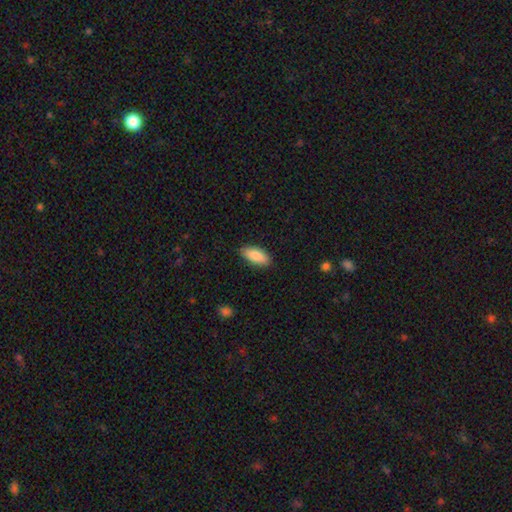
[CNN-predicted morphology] Q: Smooth or featured?
A: smooth (86%); runner-up: featured or disk (8%)
Q: How rounded?
A: in between (85%); runner-up: cigar-shaped (13%)
Q: Merging?
A: none (87%); runner-up: minor disturbance (10%)